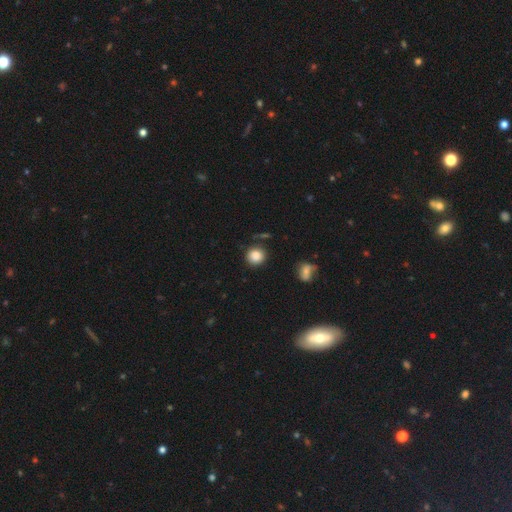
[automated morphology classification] smooth-or-featured: smooth: 86% | star or artifact: 10% | featured or disk: 5%
  how-rounded: round: 91% | in between: 8% | cigar-shaped: 1%
  merging: none: 83% | minor disturbance: 11% | merger: 3% | major disturbance: 3%